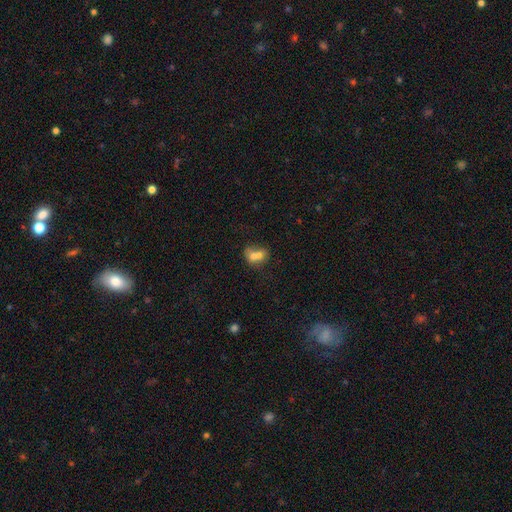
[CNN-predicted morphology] smooth 67%, featured or disk 23%, star or artifact 10%. Down the decision tree: how rounded — round (54%); merging — merger (69%).